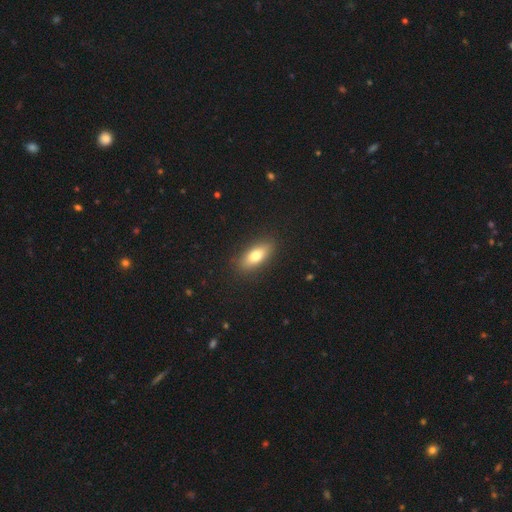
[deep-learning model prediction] The model was most divided on "smooth or featured": smooth: 75%, featured or disk: 18%, star or artifact: 7%. More confident: merging — none (88%); how rounded — in between (77%).